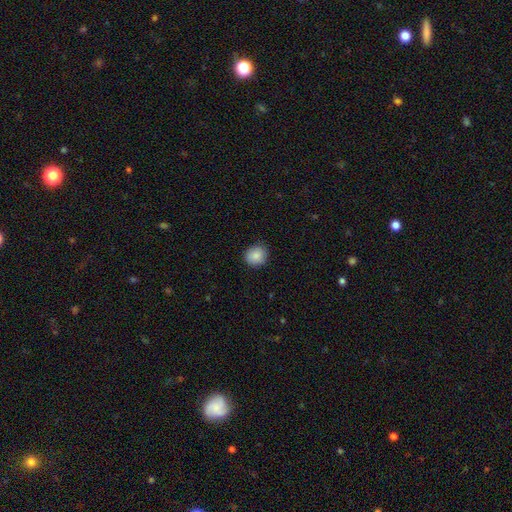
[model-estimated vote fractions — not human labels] Overall: smooth (87%). How rounded: round (84%). Merging: none (86%).